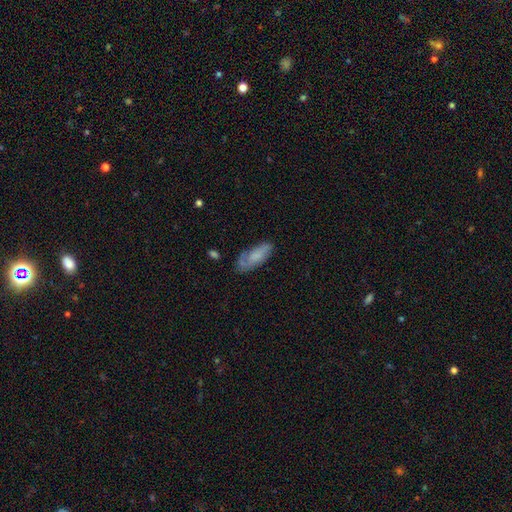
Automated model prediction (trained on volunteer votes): Smooth or featured? smooth (61%)
How rounded? in between (72%)
Merging? none (59%)